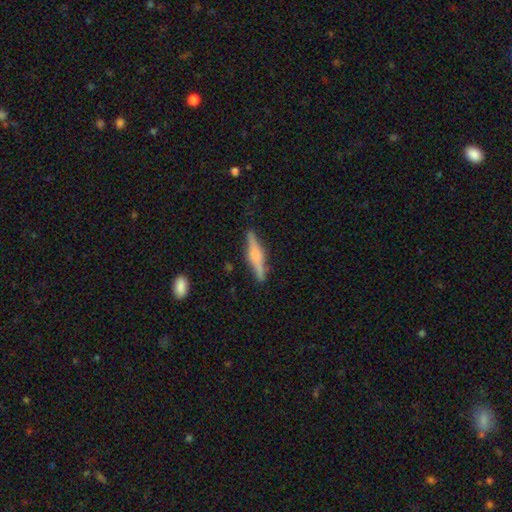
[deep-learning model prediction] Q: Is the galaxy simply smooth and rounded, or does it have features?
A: featured or disk — 59%.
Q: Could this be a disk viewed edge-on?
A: yes — 97%.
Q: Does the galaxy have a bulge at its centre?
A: rounded — 70%.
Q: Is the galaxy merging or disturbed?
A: none — 85%.